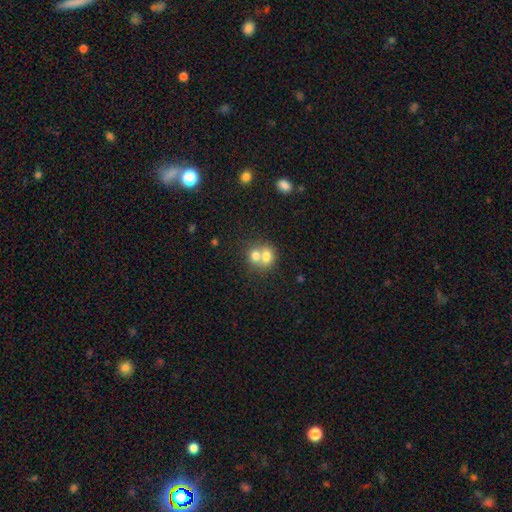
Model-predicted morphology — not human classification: Q: Smooth or featured?
A: smooth (72%); runner-up: featured or disk (19%)
Q: How rounded?
A: round (64%); runner-up: in between (35%)
Q: Merging?
A: merger (68%); runner-up: none (24%)